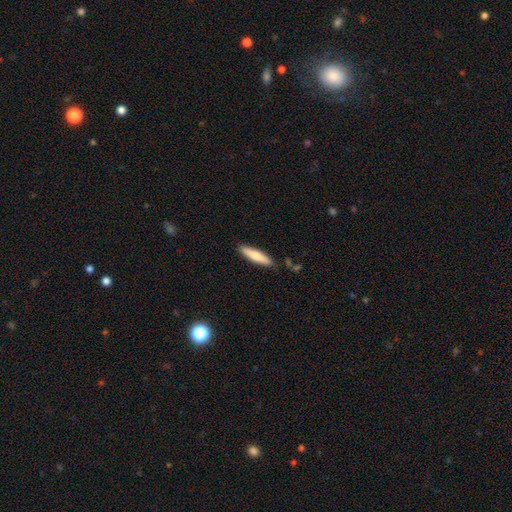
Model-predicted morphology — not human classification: The model was most divided on "smooth or featured": smooth: 71%, featured or disk: 23%, star or artifact: 5%. More confident: merging — none (85%); how rounded — cigar-shaped (81%).